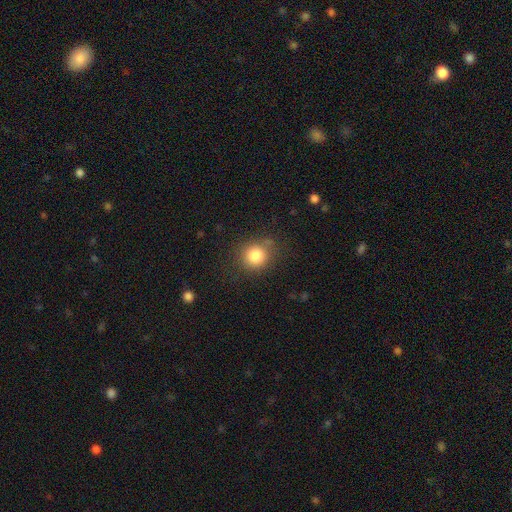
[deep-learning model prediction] Morphology: type=smooth (82%); roundness=round (87%); merging=none (81%).